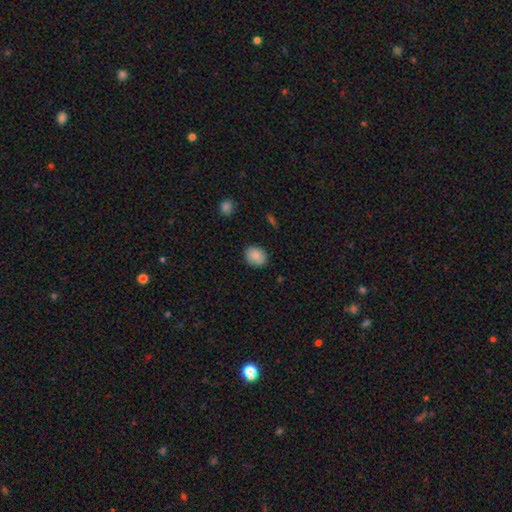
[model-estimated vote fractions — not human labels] smooth_or_featured: smooth (p=0.85) [alt: star or artifact p=0.08]
how_rounded: in between (p=0.51) [alt: round p=0.48]
merging: none (p=0.81) [alt: minor disturbance p=0.15]